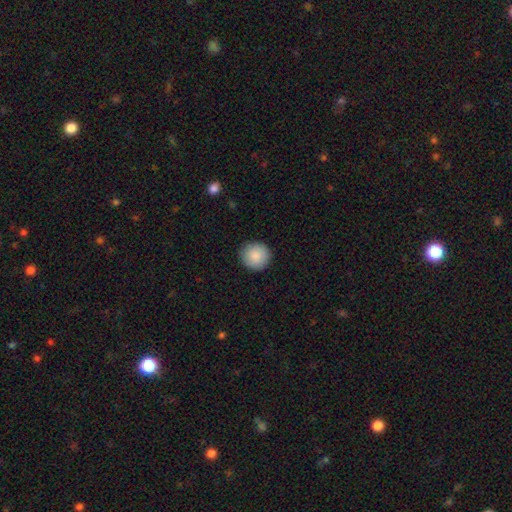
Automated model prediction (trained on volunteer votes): Smooth or featured: smooth — 87% (star or artifact — 7%)
How rounded: round — 93% (in between — 6%)
Merging: none — 90% (minor disturbance — 7%)